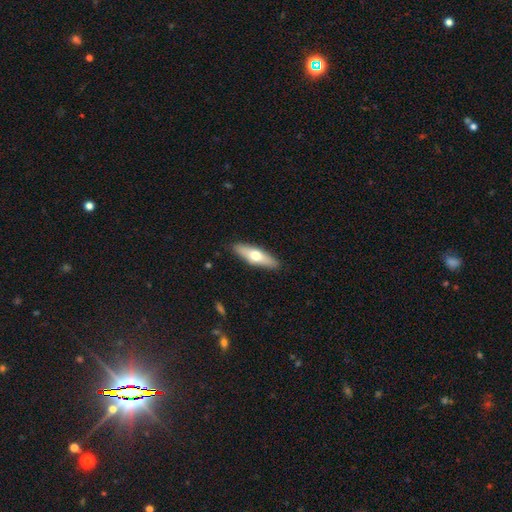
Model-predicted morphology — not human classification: Smooth or featured: smooth — 55% (featured or disk — 39%)
How rounded: cigar-shaped — 56% (in between — 42%)
Merging: none — 89% (minor disturbance — 8%)